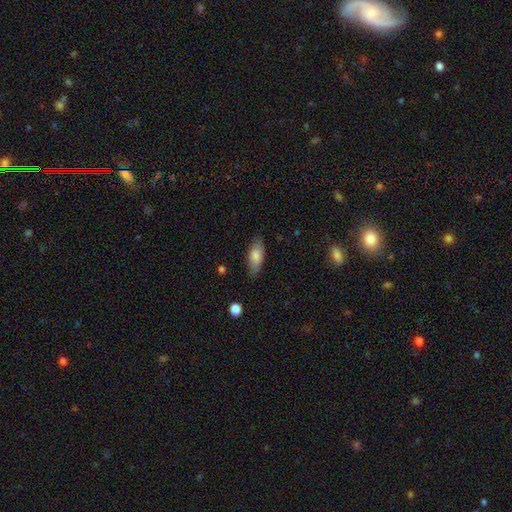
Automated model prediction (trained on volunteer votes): Smooth or featured? smooth (79%)
How rounded? in between (82%)
Merging? none (79%)